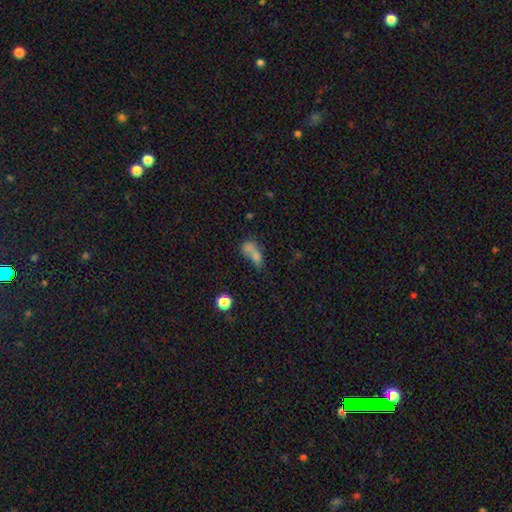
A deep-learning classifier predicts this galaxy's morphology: smooth_or_featured: smooth (p=0.70) [alt: featured or disk p=0.17]
how_rounded: in between (p=0.64) [alt: round p=0.29]
merging: merger (p=0.61) [alt: none p=0.21]